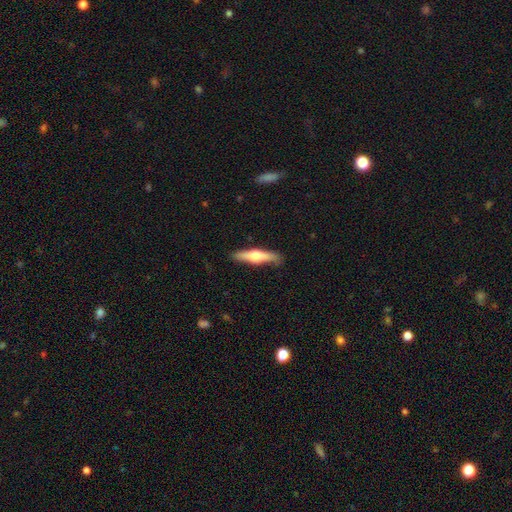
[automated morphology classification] The model was most divided on "smooth or featured": featured or disk: 51%, smooth: 44%, star or artifact: 5%. More confident: edge-on disk — yes (95%); merging — none (84%).